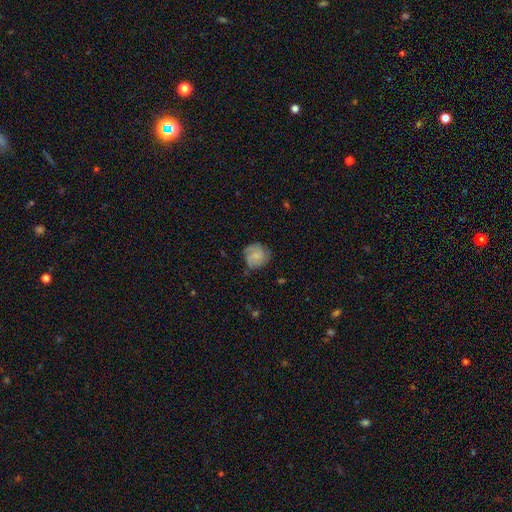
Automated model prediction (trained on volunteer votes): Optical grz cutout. It shows a smooth galaxy with no disk features (49%). Merging: none (69%).